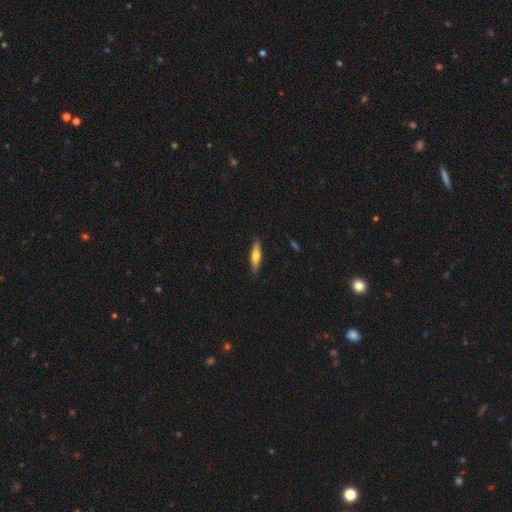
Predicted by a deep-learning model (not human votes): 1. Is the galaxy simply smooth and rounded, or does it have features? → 67% smooth, 27% featured or disk, 6% star or artifact.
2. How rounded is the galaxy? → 68% cigar-shaped, 30% in between, 2% round.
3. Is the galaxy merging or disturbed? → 87% none, 10% minor disturbance, 2% major disturbance, 1% merger.